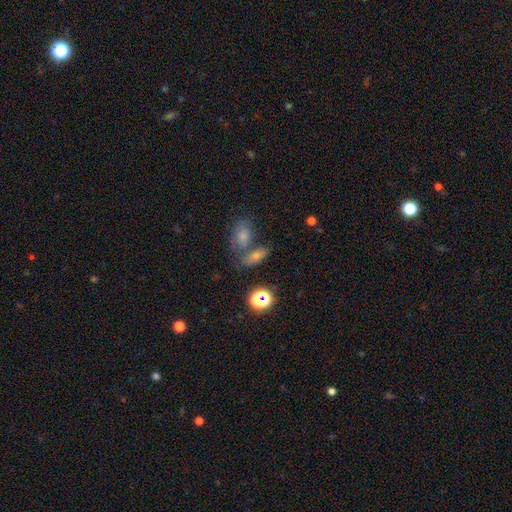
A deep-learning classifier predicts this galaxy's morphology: A smooth galaxy with no disk features (55%) that is in between round and cigar-shaped (75%).

Vote fractions:
- Smooth or featured? smooth: 55% / star or artifact: 25% / featured or disk: 21%
- How rounded? in between: 75% / round: 15% / cigar-shaped: 9%
- Merging? none: 48% / merger: 35% / minor disturbance: 11% / major disturbance: 5%